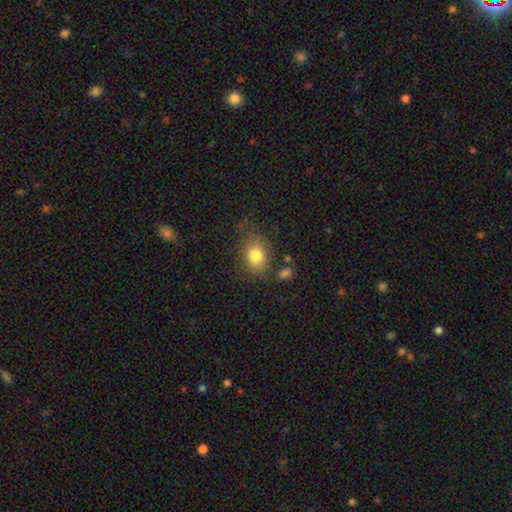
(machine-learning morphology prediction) Overall: smooth (81%). How rounded: in between (64%; round 35%). Merging: none (70%).